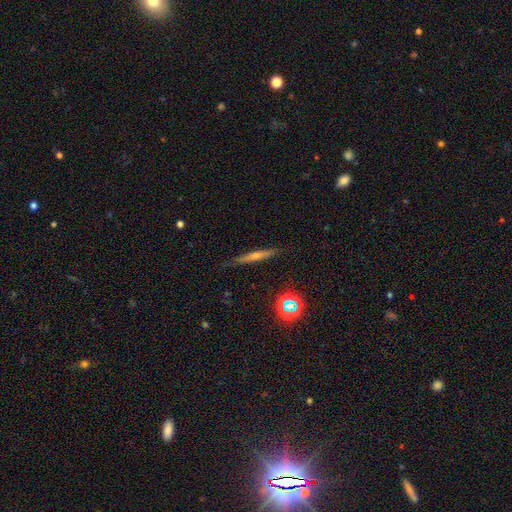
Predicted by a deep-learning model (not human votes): Morphology: type=featured or disk (53%); edge-on=yes (95%); edge-on bulge=rounded (65%); merging=none (86%).